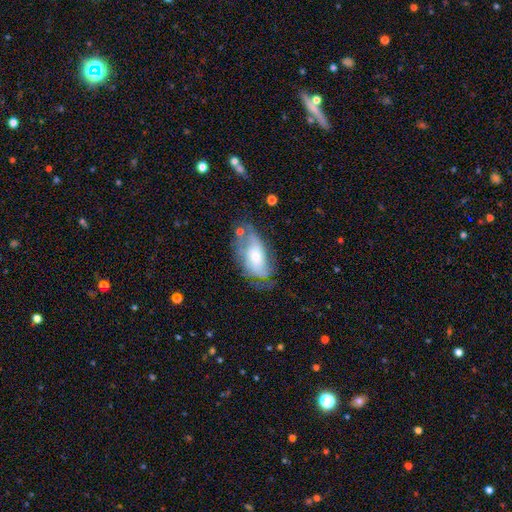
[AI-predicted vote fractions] A featured or disk galaxy (54%).

Vote fractions:
- Smooth or featured? featured or disk: 54% / smooth: 38% / star or artifact: 8%
- Edge-on disk? no: 90% / yes: 10%
- Merging? none: 49% / minor disturbance: 28% / major disturbance: 19% / merger: 4%